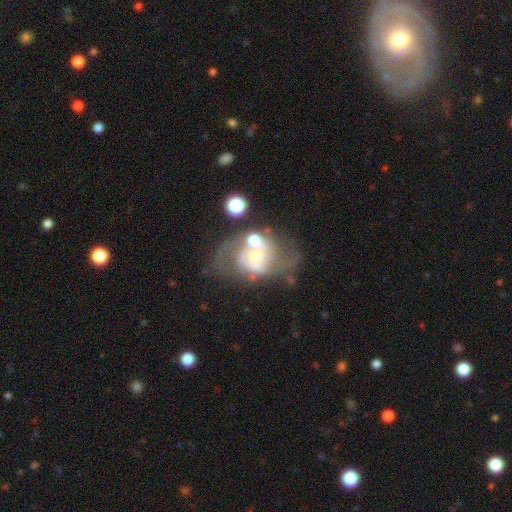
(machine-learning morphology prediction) A featured or disk galaxy (68%) with no bar (63%), spiral arms (68%) and a moderate central bulge (54%). Merging: none (33%).